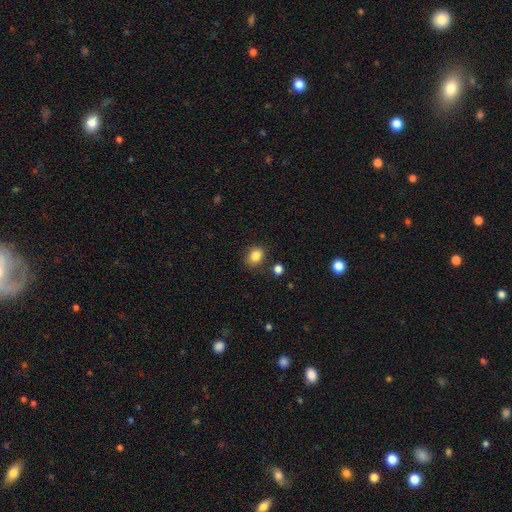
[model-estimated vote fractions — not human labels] This appears to be a smooth galaxy with no disk features (84%) that is in between round and cigar-shaped (54%). Merging: none (81%).